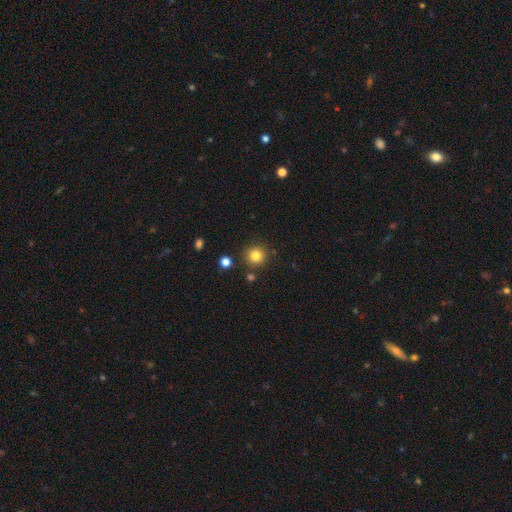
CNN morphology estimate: Smooth or featured: smooth — 83% (star or artifact — 12%)
How rounded: round — 94% (in between — 6%)
Merging: none — 86% (minor disturbance — 7%)